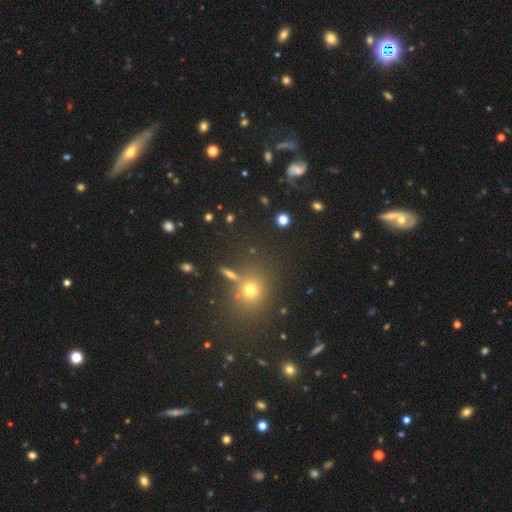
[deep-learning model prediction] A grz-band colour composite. It shows a smooth galaxy with no disk features (50%) that is round (78%). Merging: none (79%).